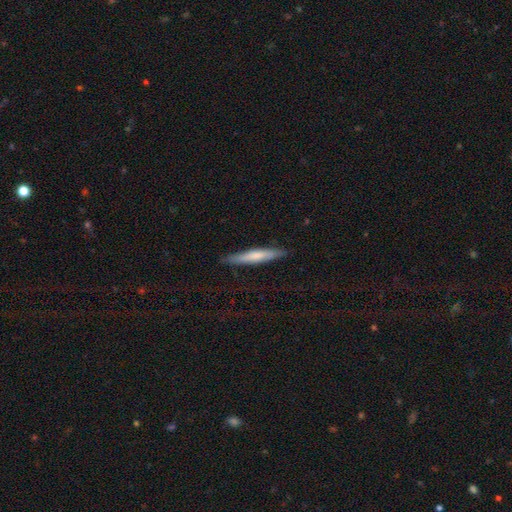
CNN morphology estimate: A smooth galaxy with no disk features (61%) that is cigar-shaped (94%). Merging: none (88%).